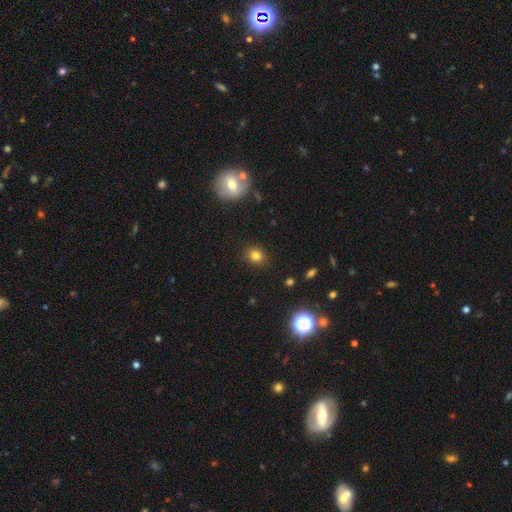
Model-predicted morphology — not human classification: Smooth or featured?
  - smooth: 80% *
  - star or artifact: 14%
  - featured or disk: 6%
How rounded?
  - round: 77% *
  - in between: 22%
  - cigar-shaped: 1%
Merging?
  - none: 89% *
  - minor disturbance: 8%
  - major disturbance: 2%
  - merger: 1%